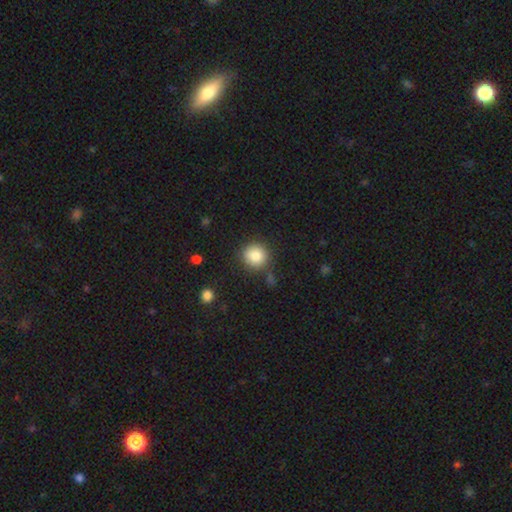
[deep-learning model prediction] This appears to be a smooth galaxy with no disk features (84%) that is round (92%). Merging: none (83%).